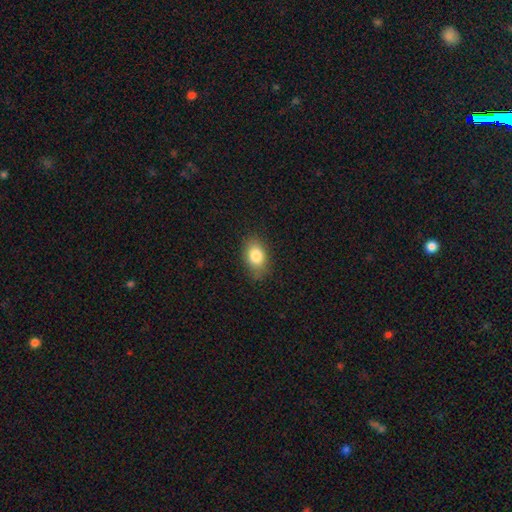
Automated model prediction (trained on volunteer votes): Smooth or featured? Predicted: smooth (p=0.83). How rounded? Predicted: in between (p=0.81). Merging? Predicted: none (p=0.81).